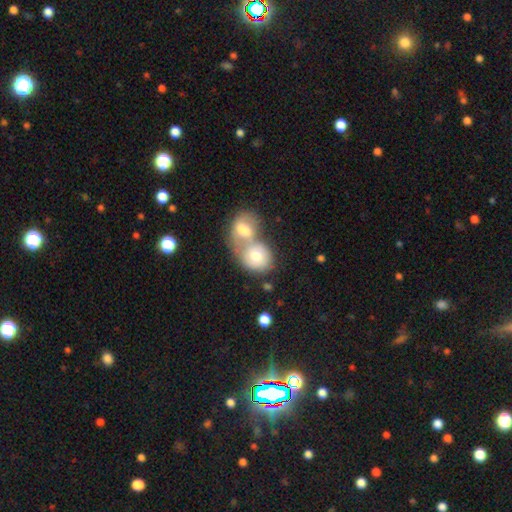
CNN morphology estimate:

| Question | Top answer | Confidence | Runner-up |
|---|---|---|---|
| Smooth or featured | smooth | 69% | featured or disk (23%) |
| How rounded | round | 64% | in between (35%) |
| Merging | merger | 72% | none (18%) |